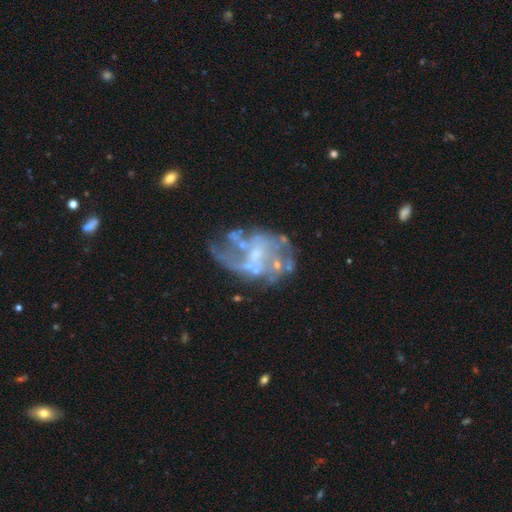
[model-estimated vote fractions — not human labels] Smooth or featured?
  - featured or disk: 80% *
  - smooth: 11%
  - star or artifact: 10%
Edge-on disk?
  - no: 98% *
  - yes: 2%
Bar?
  - no: 64% *
  - weak: 29%
  - strong: 7%
Spiral arms?
  - yes: 58% *
  - no: 42%
Bulge size?
  - small: 48% *
  - none: 31%
  - moderate: 19%
  - large: 2%
  - dominant: 1%
Merging?
  - none: 43% *
  - major disturbance: 28%
  - minor disturbance: 20%
  - merger: 9%